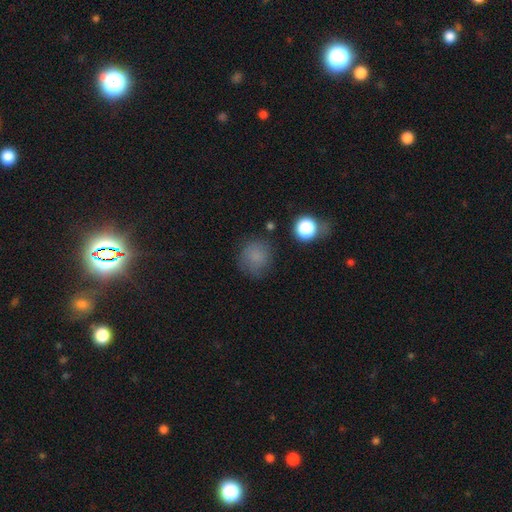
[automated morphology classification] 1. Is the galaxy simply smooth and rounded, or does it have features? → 79% smooth, 14% star or artifact, 7% featured or disk.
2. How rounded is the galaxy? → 85% round, 14% in between, 1% cigar-shaped.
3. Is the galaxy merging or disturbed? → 75% none, 17% minor disturbance, 6% major disturbance, 3% merger.